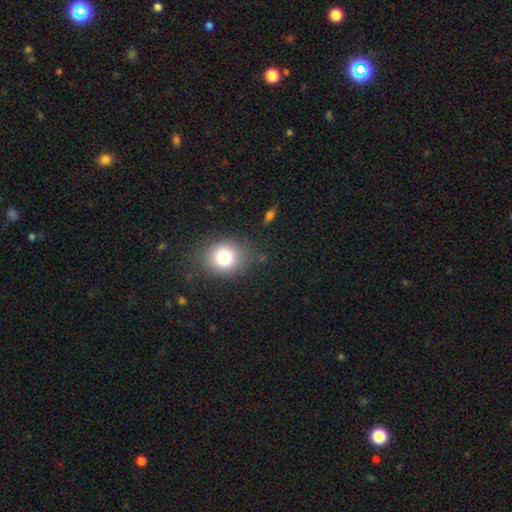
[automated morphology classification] A smooth galaxy with no disk features (76%) that is round (67%). Merging: none (85%).